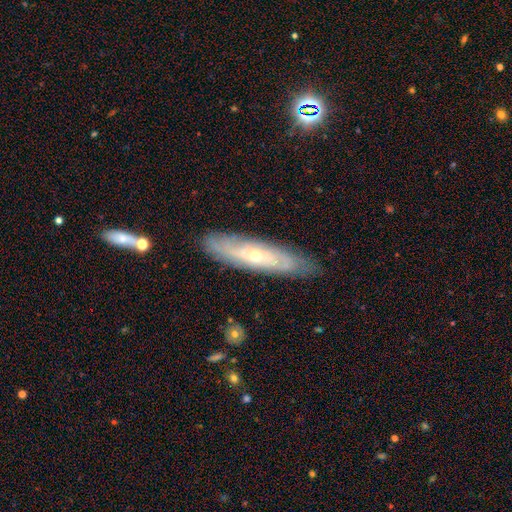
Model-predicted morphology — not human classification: A featured or disk galaxy (68%). Merging: none (83%).